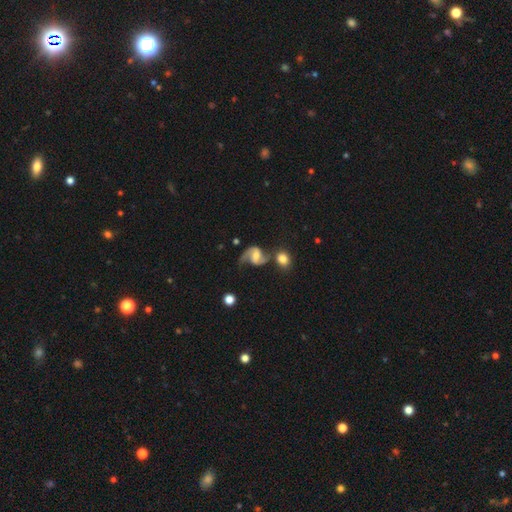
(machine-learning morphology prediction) Smooth or featured?
  - featured or disk: 82% *
  - smooth: 11%
  - star or artifact: 6%
Edge-on disk?
  - no: 98% *
  - yes: 2%
Bar?
  - weak: 48% *
  - no: 29%
  - strong: 23%
Spiral arms?
  - yes: 95% *
  - no: 5%
Spiral winding?
  - loose: 48% *
  - medium: 43%
  - tight: 10%
Spiral arm count?
  - 2: 88% *
  - 1: 6%
  - can't tell: 3%
  - 3: 1%
  - 4: 1%
  - more than 4: 1%
Bulge size?
  - moderate: 52% *
  - small: 33%
  - large: 7%
  - none: 7%
  - dominant: 2%
Merging?
  - none: 50% *
  - merger: 21%
  - minor disturbance: 17%
  - major disturbance: 12%